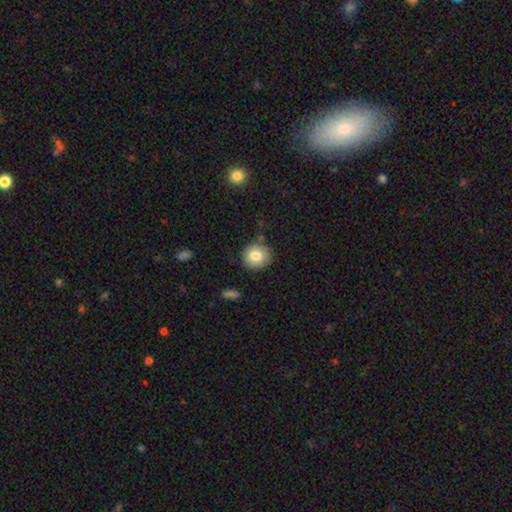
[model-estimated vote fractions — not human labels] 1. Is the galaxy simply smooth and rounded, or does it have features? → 81% smooth, 11% featured or disk, 9% star or artifact.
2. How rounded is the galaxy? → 85% round, 14% in between, 1% cigar-shaped.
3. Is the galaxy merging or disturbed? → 83% none, 12% minor disturbance, 3% merger, 3% major disturbance.